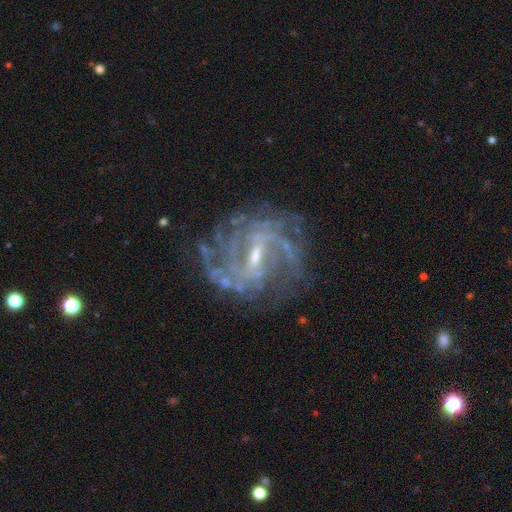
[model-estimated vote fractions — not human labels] This is clearly a featured or disk galaxy (90%). It is clearly not viewed edge-on (97%). Bar: possibly weak (54%). Spiral arm pattern: clearly yes (96%). Spiral arm count: marginally can't tell (29%). Spiral winding: possibly tight (49%). Central bulge: possibly small (57%). Merging: likely none (72%).